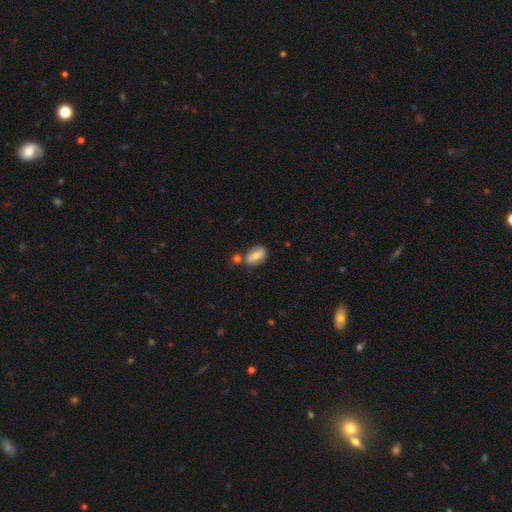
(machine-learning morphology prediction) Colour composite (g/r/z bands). It shows a smooth galaxy with no disk features (71%) that is in between round and cigar-shaped (89%). Merging: none (63%).